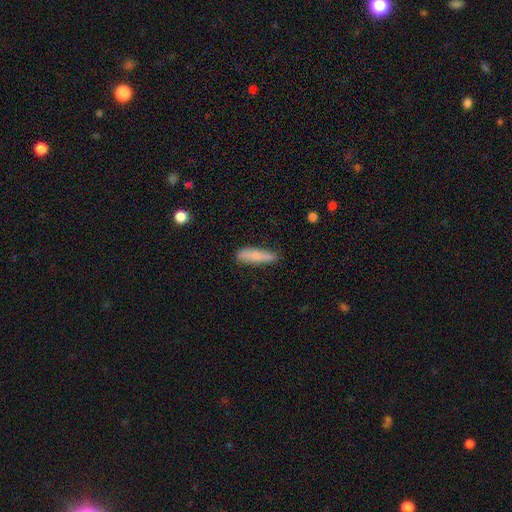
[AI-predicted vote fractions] Q: Smooth or featured?
A: smooth (79%); runner-up: featured or disk (15%)
Q: How rounded?
A: cigar-shaped (73%); runner-up: in between (25%)
Q: Merging?
A: none (76%); runner-up: minor disturbance (19%)